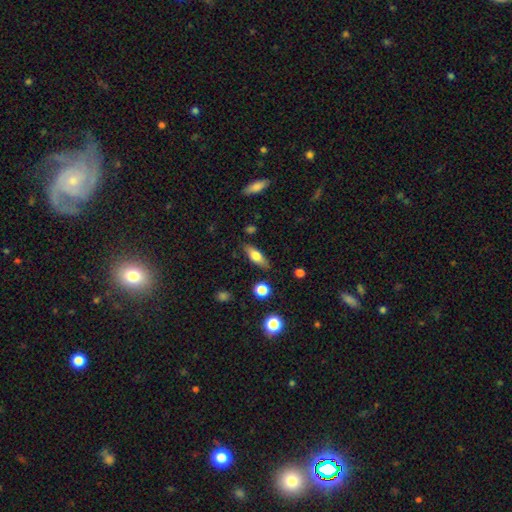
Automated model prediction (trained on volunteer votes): Smooth or featured? Predicted: smooth (p=0.65). How rounded? Predicted: in between (p=0.61). Merging? Predicted: none (p=0.82).